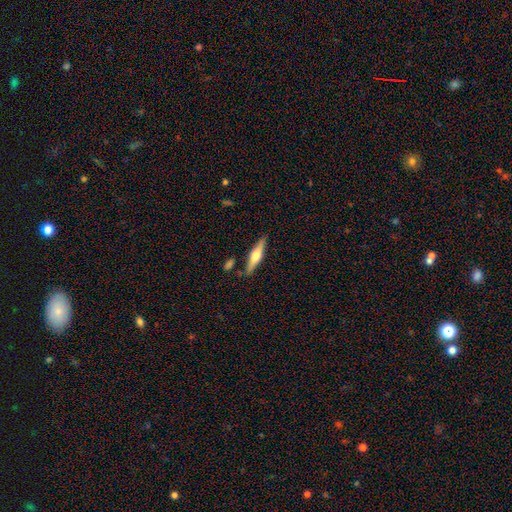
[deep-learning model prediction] Q: Smooth or featured?
A: featured or disk (57%); runner-up: smooth (37%)
Q: Edge-on disk?
A: yes (95%); runner-up: no (5%)
Q: Edge-on bulge?
A: rounded (91%); runner-up: boxy (6%)
Q: Merging?
A: none (84%); runner-up: minor disturbance (10%)